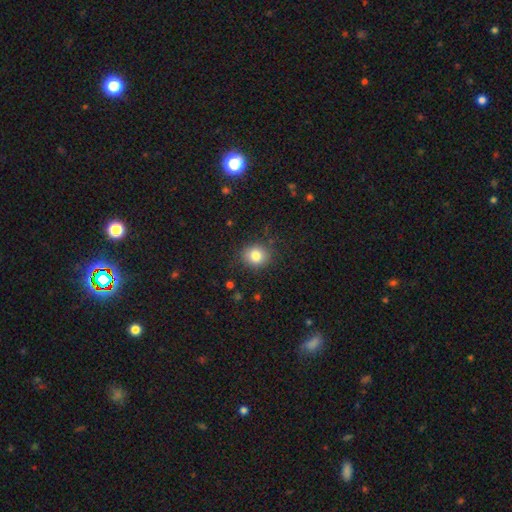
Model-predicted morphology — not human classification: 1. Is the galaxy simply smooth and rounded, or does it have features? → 82% smooth, 11% star or artifact, 7% featured or disk.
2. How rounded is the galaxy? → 75% round, 24% in between, 1% cigar-shaped.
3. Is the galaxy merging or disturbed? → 87% none, 9% minor disturbance, 3% major disturbance, 1% merger.